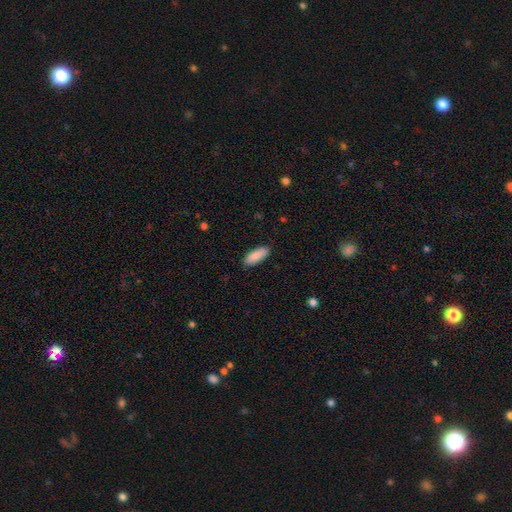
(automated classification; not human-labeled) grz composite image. It shows a smooth galaxy with no disk features (89%) that is in between round and cigar-shaped (76%). Merging: none (86%).